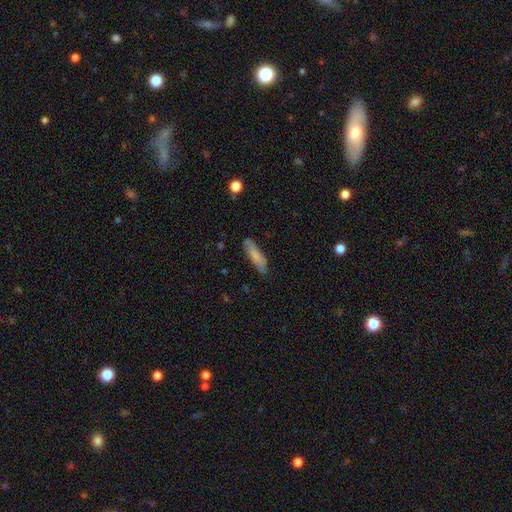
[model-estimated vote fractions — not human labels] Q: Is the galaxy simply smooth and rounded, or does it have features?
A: smooth — 77%.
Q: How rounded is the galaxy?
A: cigar-shaped — 73%.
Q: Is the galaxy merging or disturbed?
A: none — 81%.